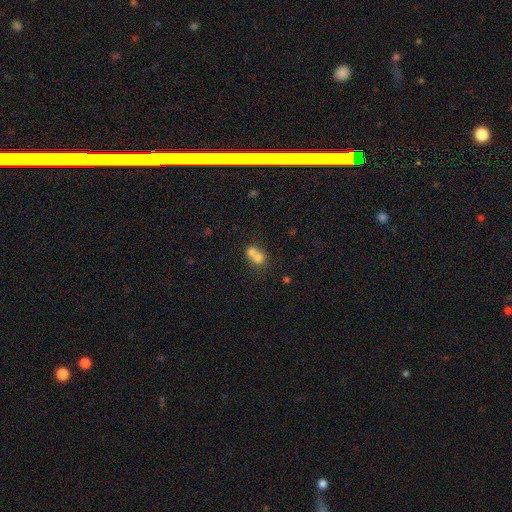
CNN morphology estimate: smooth_or_featured: smooth (p=0.72) [alt: featured or disk p=0.17]
how_rounded: round (p=0.63) [alt: in between p=0.36]
merging: merger (p=0.69) [alt: none p=0.22]